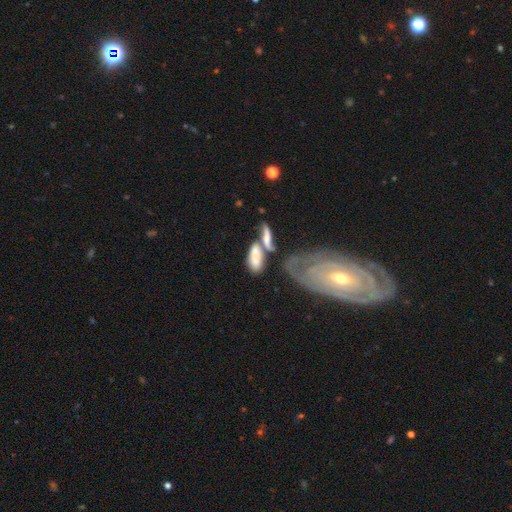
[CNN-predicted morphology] Q: Smooth or featured?
A: smooth (67%); runner-up: featured or disk (24%)
Q: How rounded?
A: in between (75%); runner-up: cigar-shaped (22%)
Q: Merging?
A: merger (56%); runner-up: none (20%)